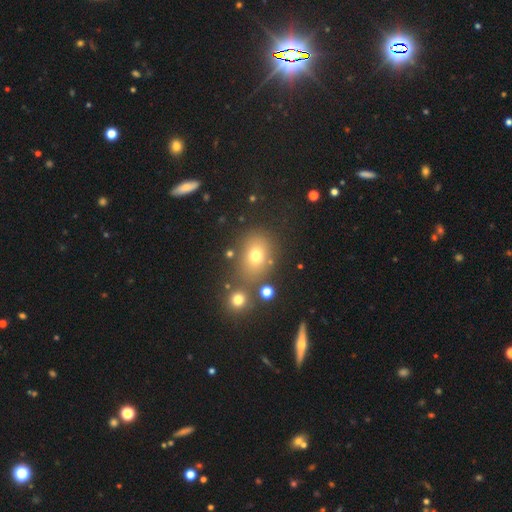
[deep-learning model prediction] smooth_or_featured: smooth (p=0.70) [alt: star or artifact p=0.17]
how_rounded: in between (p=0.59) [alt: round p=0.39]
merging: none (p=0.70) [alt: minor disturbance p=0.12]